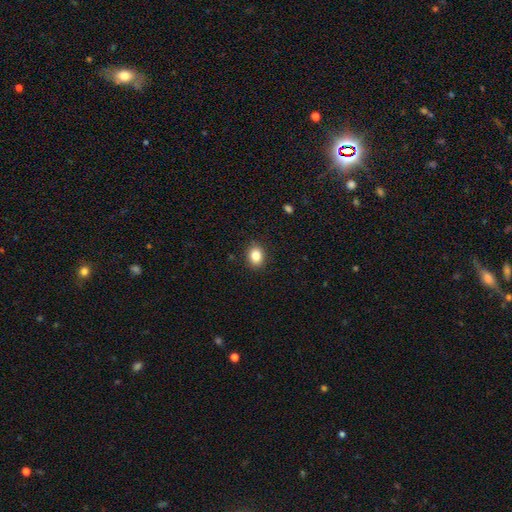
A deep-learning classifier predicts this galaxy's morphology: Smooth or featured?
  - smooth: 86% *
  - star or artifact: 9%
  - featured or disk: 5%
How rounded?
  - in between: 61% *
  - round: 38%
  - cigar-shaped: 1%
Merging?
  - none: 89% *
  - minor disturbance: 8%
  - major disturbance: 2%
  - merger: 1%